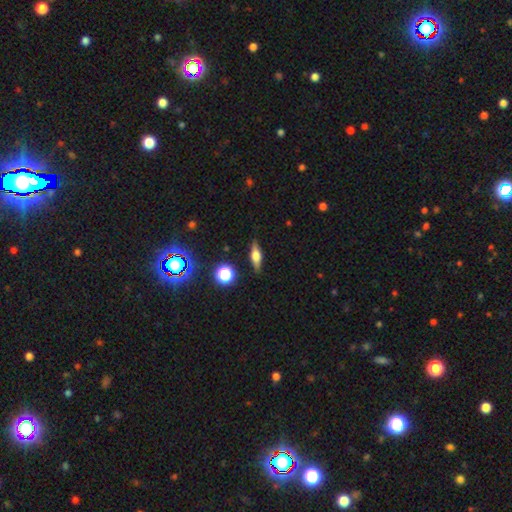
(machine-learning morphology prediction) Overall: smooth (45%; featured or disk 43%). Merging: none (88%).